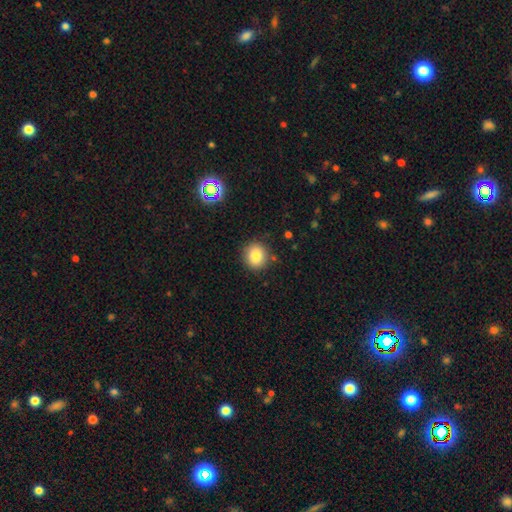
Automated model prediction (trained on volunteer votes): Morphology: type=smooth (83%); roundness=round (86%); merging=none (87%).